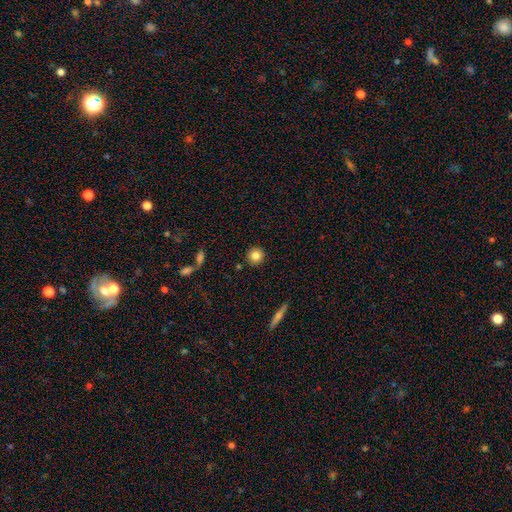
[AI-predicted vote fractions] Overall: smooth (83%). How rounded: round (94%). Merging: none (90%).